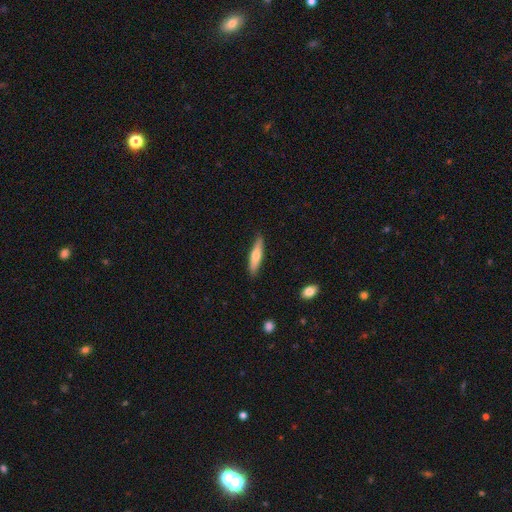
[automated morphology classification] smooth 59%, featured or disk 35%, star or artifact 6%. Down the decision tree: how rounded — cigar-shaped (81%); merging — none (87%).